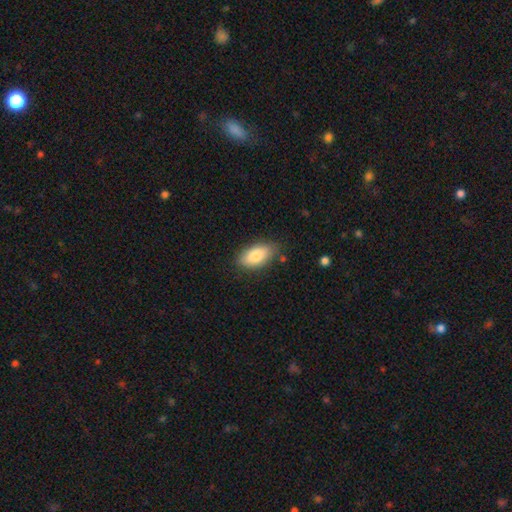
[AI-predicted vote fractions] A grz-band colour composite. It shows a smooth galaxy with no disk features (83%) that is in between round and cigar-shaped (91%). Merging: none (80%).